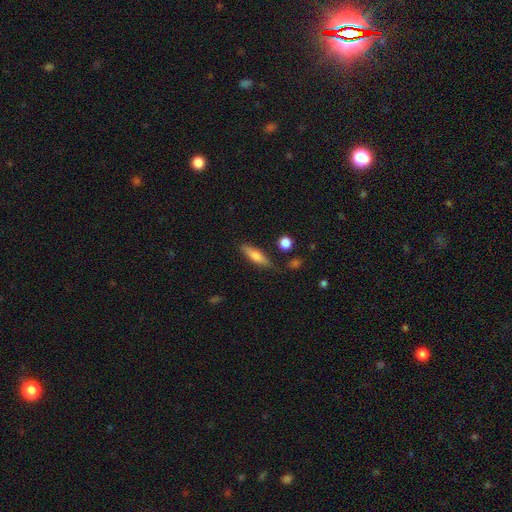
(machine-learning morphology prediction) Smooth or featured: smooth — 63% (featured or disk — 30%)
How rounded: cigar-shaped — 61% (in between — 36%)
Merging: none — 77% (minor disturbance — 16%)